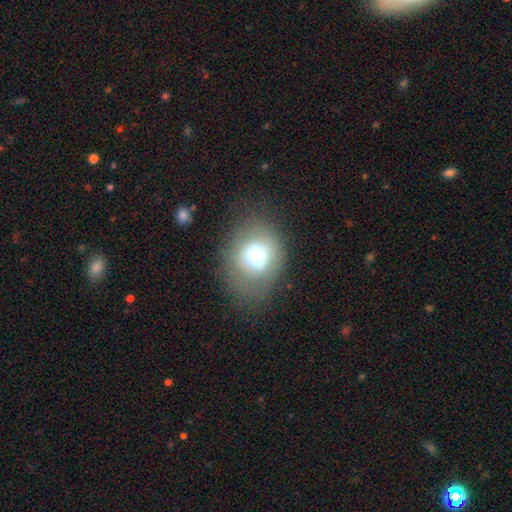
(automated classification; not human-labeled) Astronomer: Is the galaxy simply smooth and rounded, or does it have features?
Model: smooth — 68%.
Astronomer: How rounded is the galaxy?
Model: round — 52% (runner-up: in between, 47%).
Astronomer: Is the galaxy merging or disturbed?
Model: none — 67%.